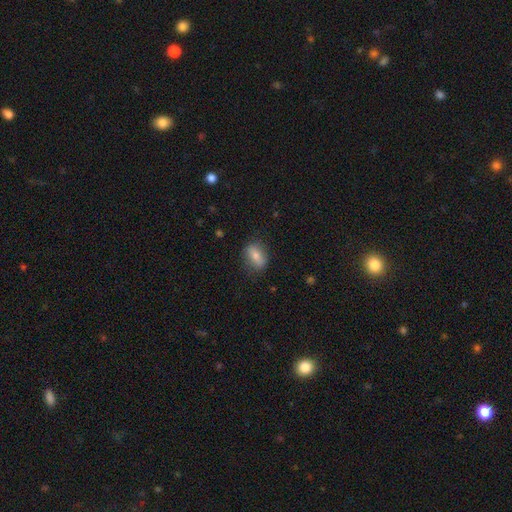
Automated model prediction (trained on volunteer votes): A smooth galaxy with no disk features (69%) that is in between round and cigar-shaped (77%).

Vote fractions:
- Smooth or featured? smooth: 69% / featured or disk: 23% / star or artifact: 8%
- How rounded? in between: 77% / round: 16% / cigar-shaped: 7%
- Merging? none: 80% / minor disturbance: 15% / major disturbance: 4% / merger: 1%